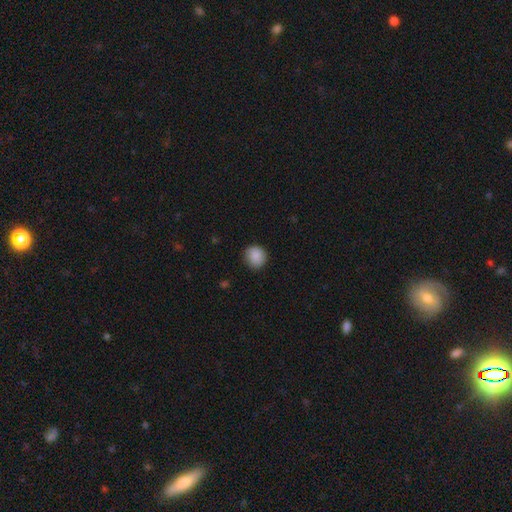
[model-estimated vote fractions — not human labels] This is clearly a smooth galaxy (88%). How rounded: clearly round (88%). Merging: clearly none (84%).